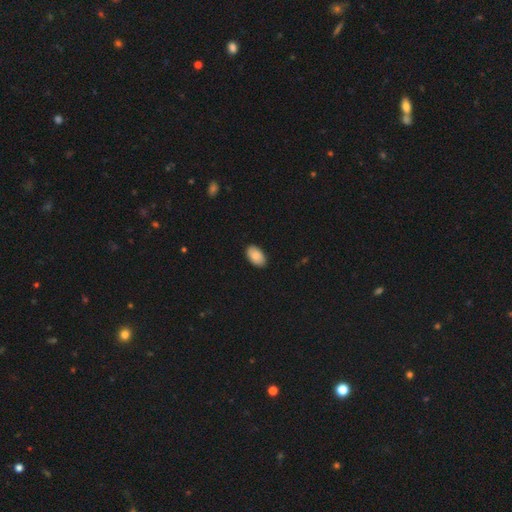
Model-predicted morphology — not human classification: This appears to be a smooth galaxy with no disk features (85%) that is in between round and cigar-shaped (94%). Merging: none (88%).